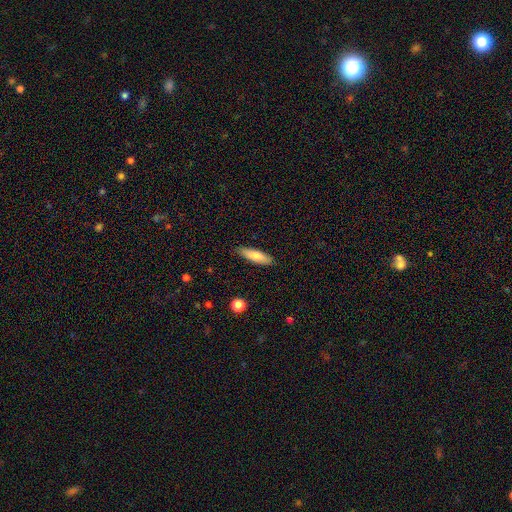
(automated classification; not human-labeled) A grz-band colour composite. It shows a smooth galaxy with no disk features (77%) that is cigar-shaped (55%). Merging: none (86%).